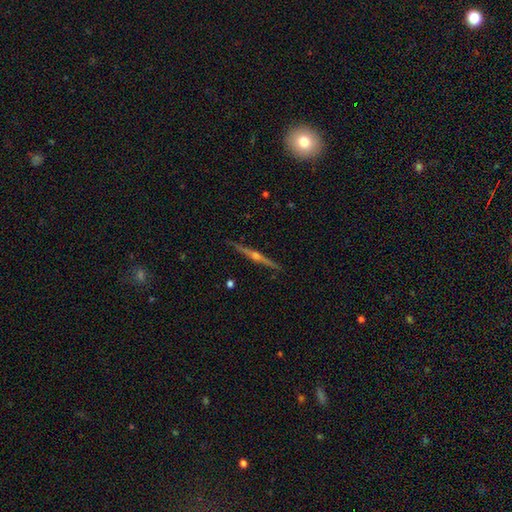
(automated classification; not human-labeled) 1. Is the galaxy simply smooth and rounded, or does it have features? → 85% featured or disk, 9% smooth, 6% star or artifact.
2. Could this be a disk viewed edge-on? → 99% yes, 1% no.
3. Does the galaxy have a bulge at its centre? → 93% rounded, 4% none, 3% boxy.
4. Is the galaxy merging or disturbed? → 92% none, 6% minor disturbance, 1% major disturbance, 1% merger.